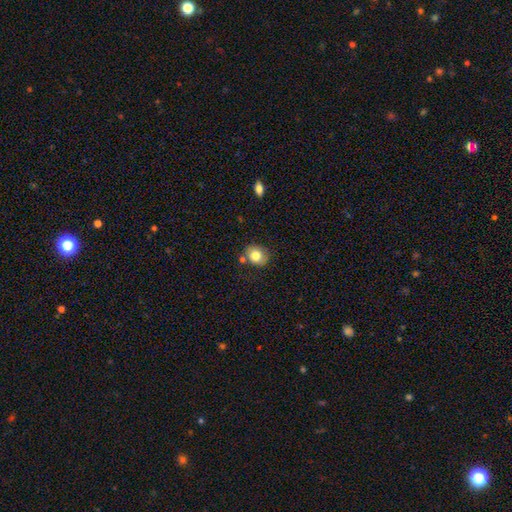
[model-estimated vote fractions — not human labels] Overall: smooth (81%). How rounded: round (62%; in between 37%). Merging: none (74%).